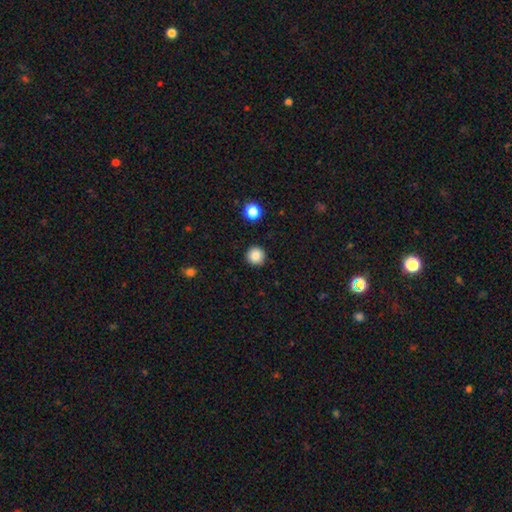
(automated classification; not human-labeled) This appears to be a smooth galaxy with no disk features (86%) that is round (95%). Merging: none (92%).